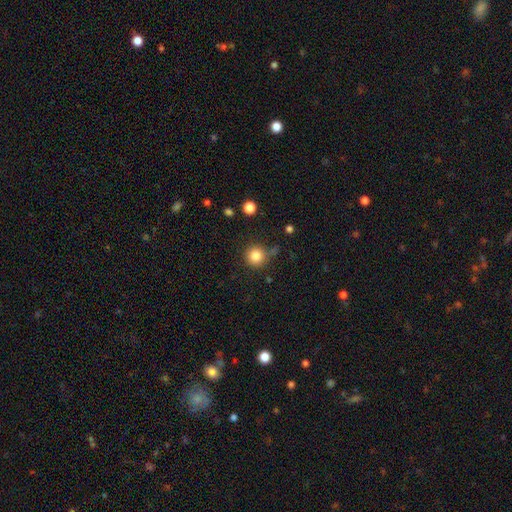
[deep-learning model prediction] Smooth or featured? smooth (84%)
How rounded? round (94%)
Merging? none (76%)